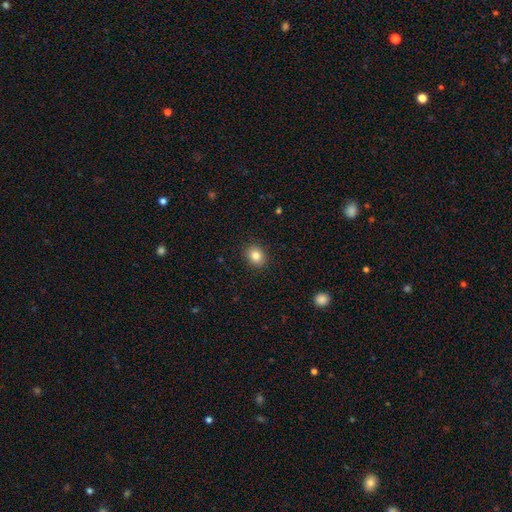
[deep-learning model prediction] Smooth or featured? Predicted: smooth (p=0.84). How rounded? Predicted: round (p=0.59). Merging? Predicted: none (p=0.90).